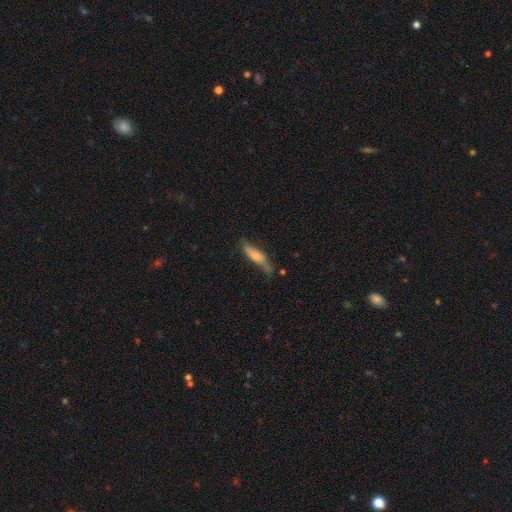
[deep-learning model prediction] Smooth or featured? smooth (66%)
How rounded? cigar-shaped (70%)
Merging? none (56%)